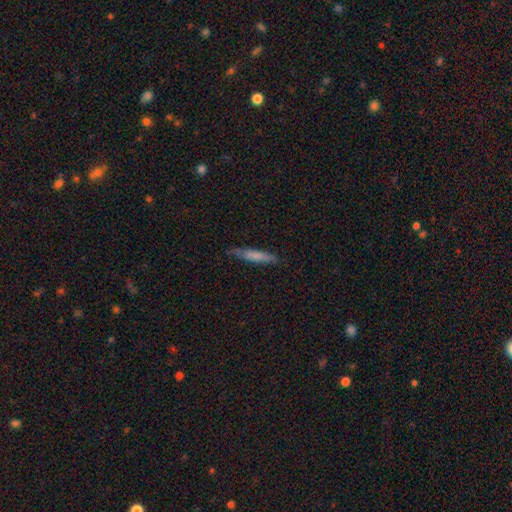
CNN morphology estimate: Smooth or featured? Predicted: smooth (p=0.68). How rounded? Predicted: cigar-shaped (p=0.91). Merging? Predicted: none (p=0.78).